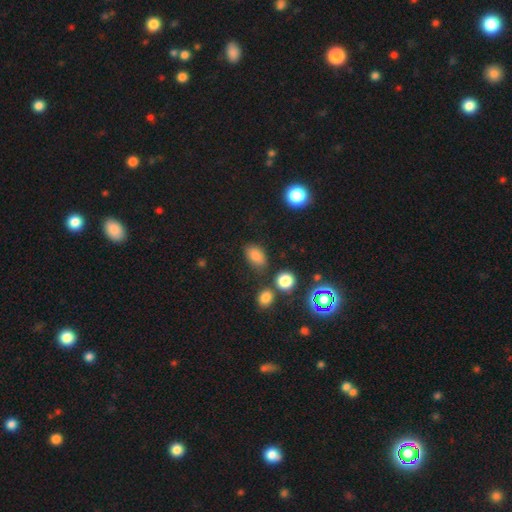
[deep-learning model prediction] A smooth galaxy with no disk features (79%) that is in between round and cigar-shaped (84%).

Vote fractions:
- Smooth or featured? smooth: 79% / star or artifact: 14% / featured or disk: 7%
- How rounded? in between: 84% / round: 14% / cigar-shaped: 2%
- Merging? none: 76% / minor disturbance: 14% / merger: 6% / major disturbance: 4%